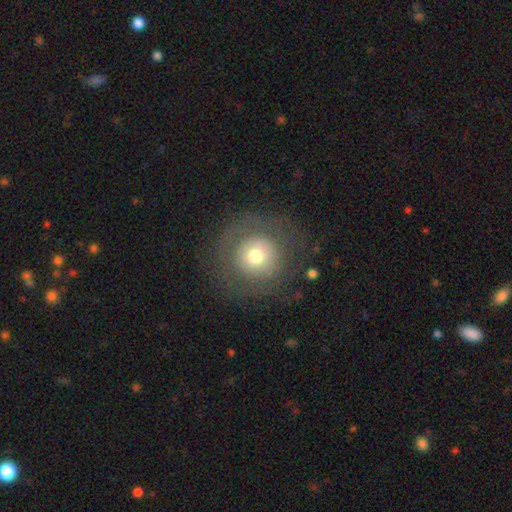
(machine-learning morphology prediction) type=smooth (59%); roundness=round (94%); merging=none (74%).